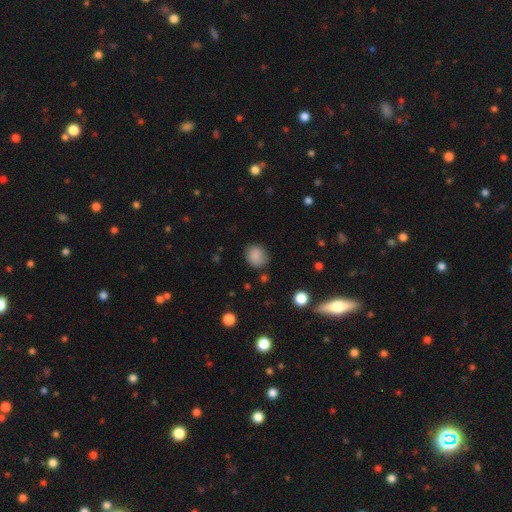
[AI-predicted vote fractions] Smooth or featured?
  - smooth: 85% *
  - star or artifact: 9%
  - featured or disk: 5%
How rounded?
  - round: 73% *
  - in between: 26%
  - cigar-shaped: 1%
Merging?
  - none: 79% *
  - minor disturbance: 16%
  - major disturbance: 4%
  - merger: 2%